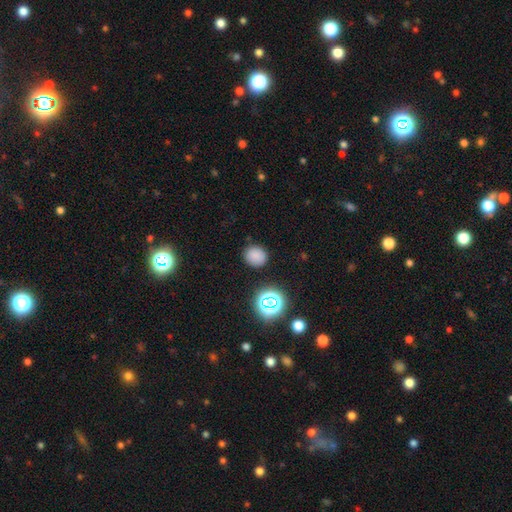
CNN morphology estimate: A smooth galaxy with no disk features (79%) that is round (80%).

Vote fractions:
- Smooth or featured? smooth: 79% / star or artifact: 16% / featured or disk: 5%
- How rounded? round: 80% / in between: 19% / cigar-shaped: 1%
- Merging? none: 86% / minor disturbance: 9% / major disturbance: 3% / merger: 2%